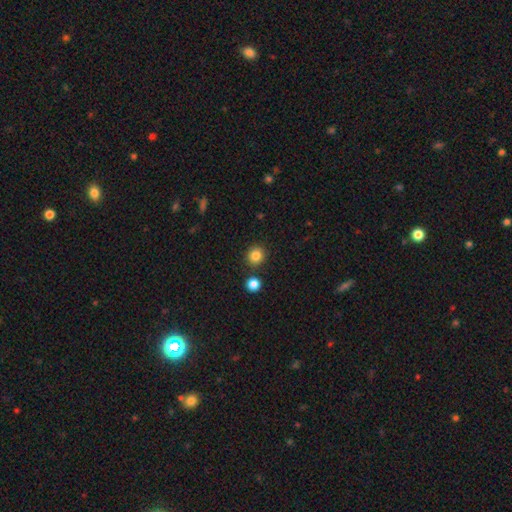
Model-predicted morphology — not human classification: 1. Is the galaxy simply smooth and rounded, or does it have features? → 84% smooth, 11% star or artifact, 4% featured or disk.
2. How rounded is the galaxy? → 90% round, 9% in between, 1% cigar-shaped.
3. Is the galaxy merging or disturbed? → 86% none, 6% minor disturbance, 6% merger, 2% major disturbance.